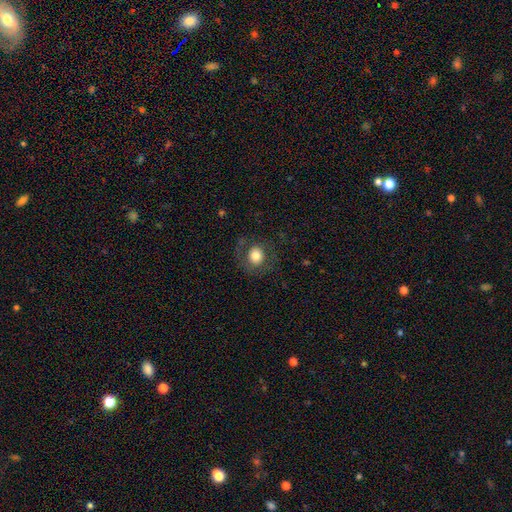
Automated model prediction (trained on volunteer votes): Smooth or featured? smooth (73%)
How rounded? round (79%)
Merging? none (74%)